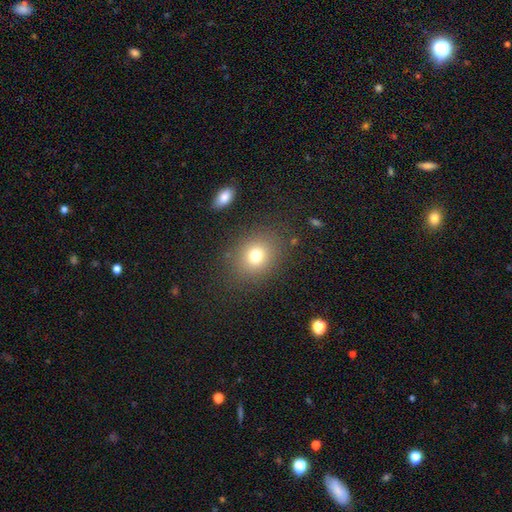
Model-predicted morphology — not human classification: smooth-or-featured: smooth: 75% | star or artifact: 14% | featured or disk: 11%
  how-rounded: round: 62% | in between: 37% | cigar-shaped: 1%
  merging: none: 84% | minor disturbance: 9% | major disturbance: 5% | merger: 2%